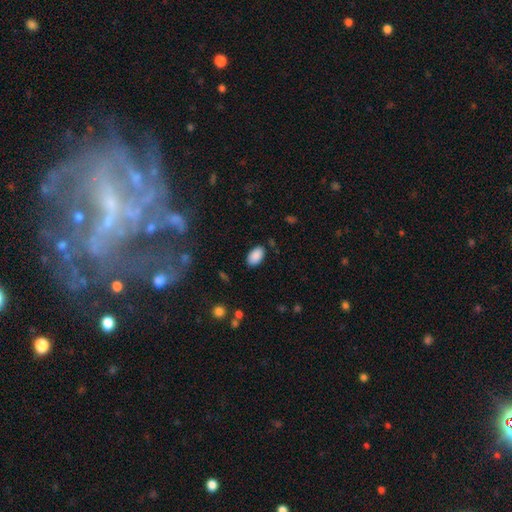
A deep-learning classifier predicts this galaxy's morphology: Smooth or featured?
  - smooth: 89% *
  - star or artifact: 7%
  - featured or disk: 4%
How rounded?
  - in between: 94% *
  - round: 5%
  - cigar-shaped: 1%
Merging?
  - none: 85% *
  - minor disturbance: 10%
  - major disturbance: 3%
  - merger: 1%